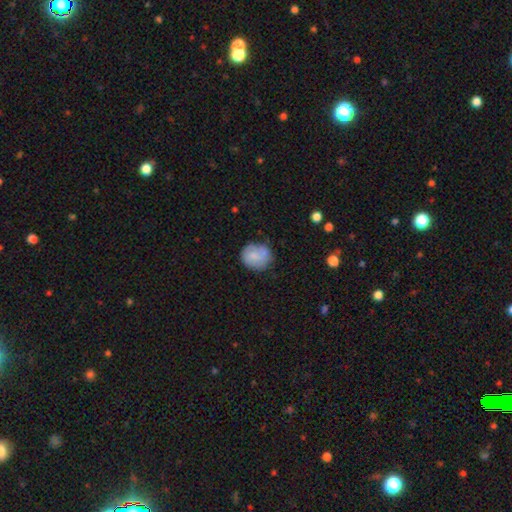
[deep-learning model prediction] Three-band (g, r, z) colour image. It shows a smooth galaxy with no disk features (68%) that is round (76%). Merging: none (68%).